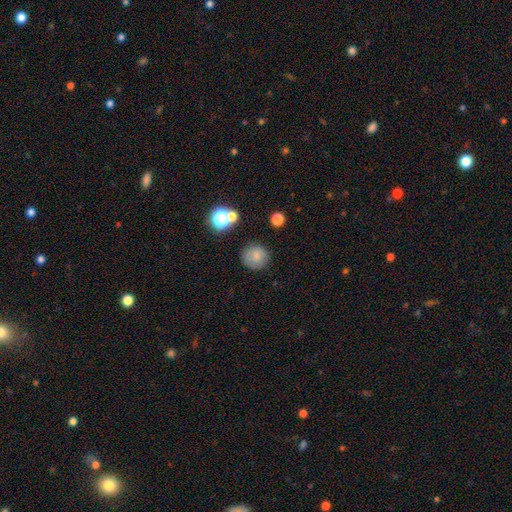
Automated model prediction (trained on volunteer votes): This is likely a smooth galaxy (78%). How rounded: clearly round (90%). Merging: likely none (80%).